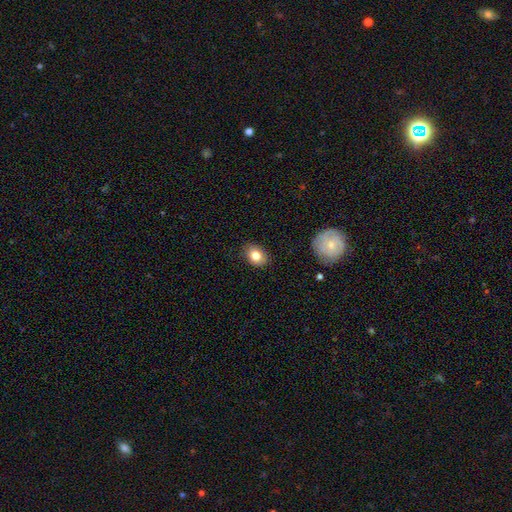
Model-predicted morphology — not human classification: Smooth or featured? Predicted: smooth (p=0.81). How rounded? Predicted: in between (p=0.68). Merging? Predicted: none (p=0.86).